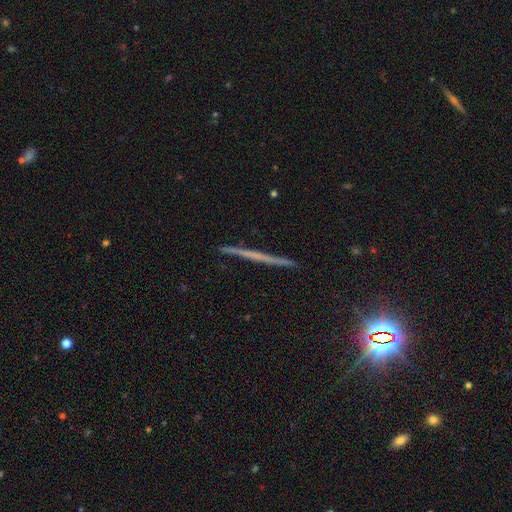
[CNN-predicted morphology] Q: Smooth or featured?
A: featured or disk (57%); runner-up: smooth (29%)
Q: Edge-on disk?
A: yes (97%); runner-up: no (3%)
Q: Edge-on bulge?
A: none (82%); runner-up: rounded (13%)
Q: Merging?
A: none (91%); runner-up: minor disturbance (6%)